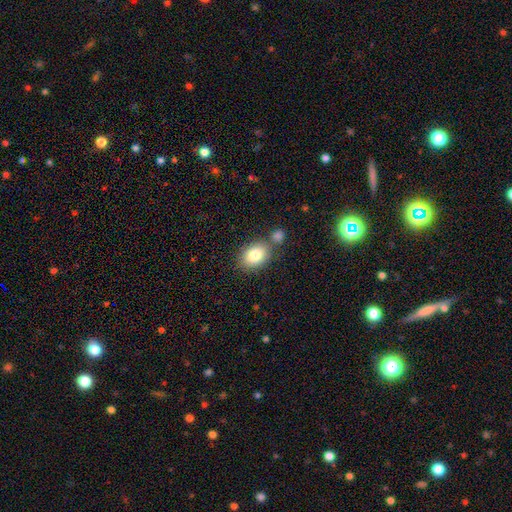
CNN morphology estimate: Smooth or featured? Predicted: smooth (p=0.82). How rounded? Predicted: in between (p=0.72). Merging? Predicted: none (p=0.66).